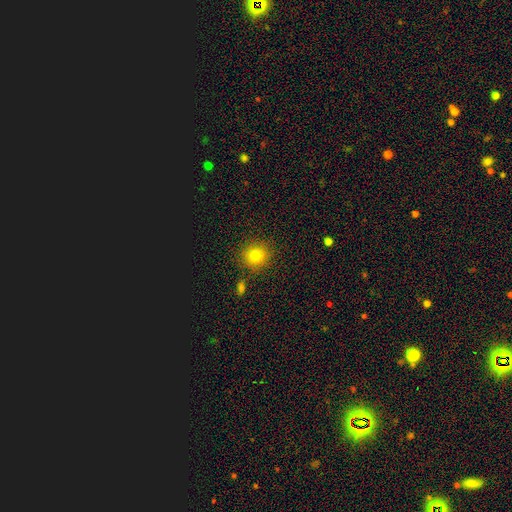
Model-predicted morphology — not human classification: smooth 81%, star or artifact 12%, featured or disk 7%. Down the decision tree: how rounded — round (92%); merging — none (87%).